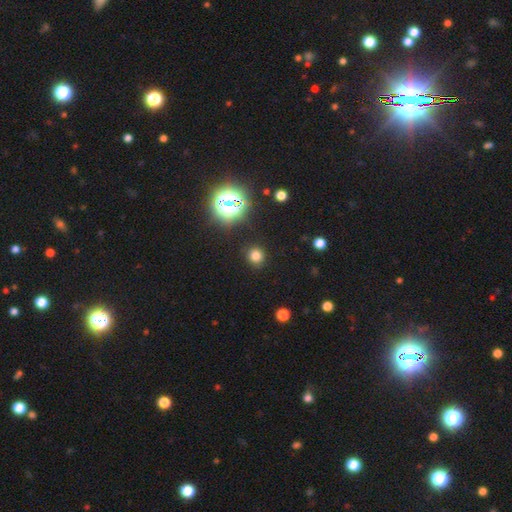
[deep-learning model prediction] Smooth or featured? smooth (75%)
How rounded? round (91%)
Merging? none (90%)